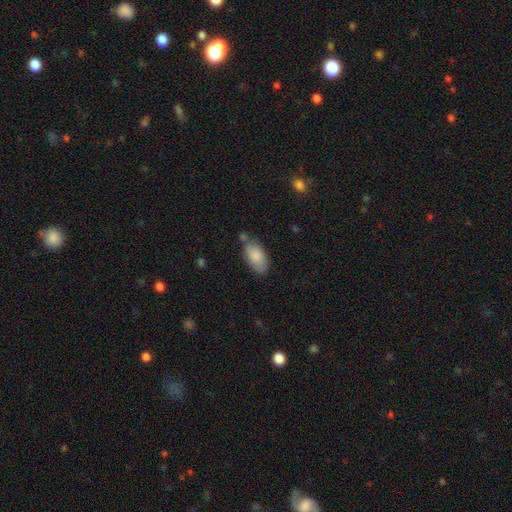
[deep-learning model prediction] Smooth or featured? Predicted: smooth (p=0.84). How rounded? Predicted: in between (p=0.93). Merging? Predicted: none (p=0.62).